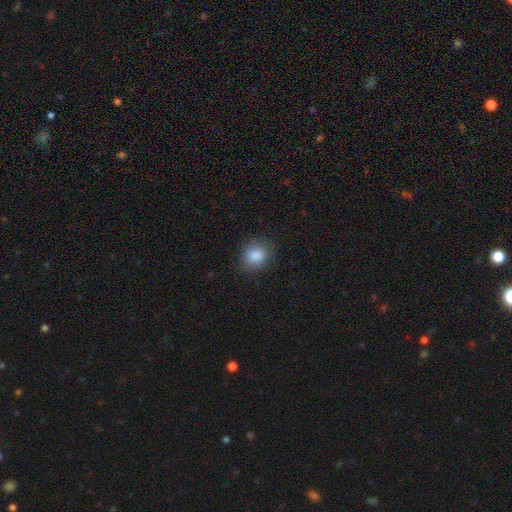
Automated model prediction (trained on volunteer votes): Overall: smooth (85%). How rounded: round (62%; in between 37%). Merging: none (82%).